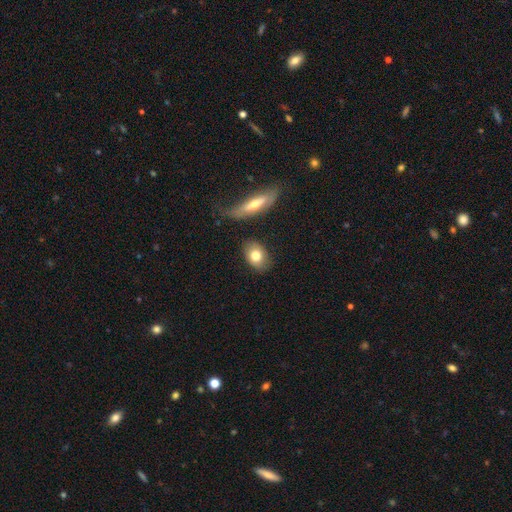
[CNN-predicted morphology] Overall: smooth (76%). How rounded: in between (76%). Merging: none (81%).